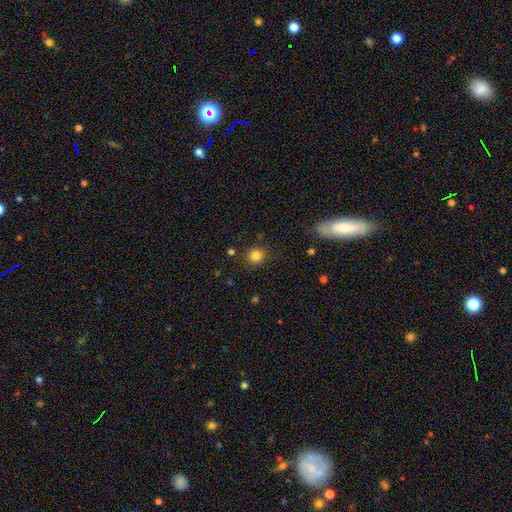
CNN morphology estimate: The model was most divided on "smooth or featured": smooth: 82%, star or artifact: 13%, featured or disk: 5%. More confident: how rounded — round (89%); merging — none (86%).